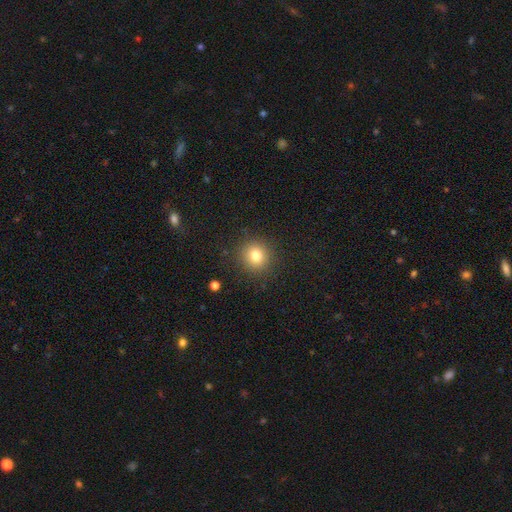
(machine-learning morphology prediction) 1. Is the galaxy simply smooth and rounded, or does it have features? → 79% smooth, 13% star or artifact, 8% featured or disk.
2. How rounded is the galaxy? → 90% round, 9% in between, 1% cigar-shaped.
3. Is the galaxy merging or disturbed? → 89% none, 7% minor disturbance, 3% major disturbance, 1% merger.